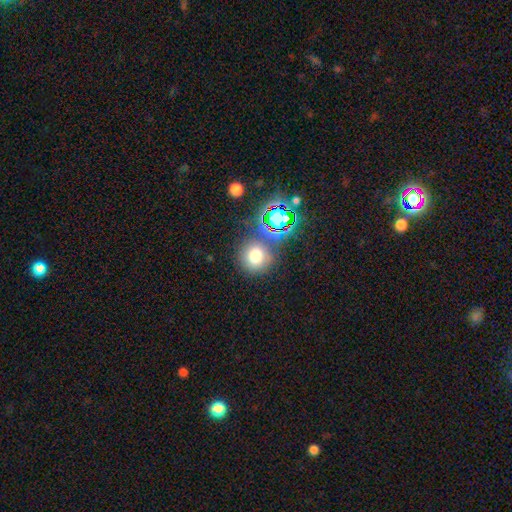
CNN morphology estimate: smooth-or-featured: smooth: 70% | star or artifact: 21% | featured or disk: 8%
  how-rounded: round: 90% | in between: 9% | cigar-shaped: 1%
  merging: none: 76% | minor disturbance: 11% | merger: 9% | major disturbance: 5%